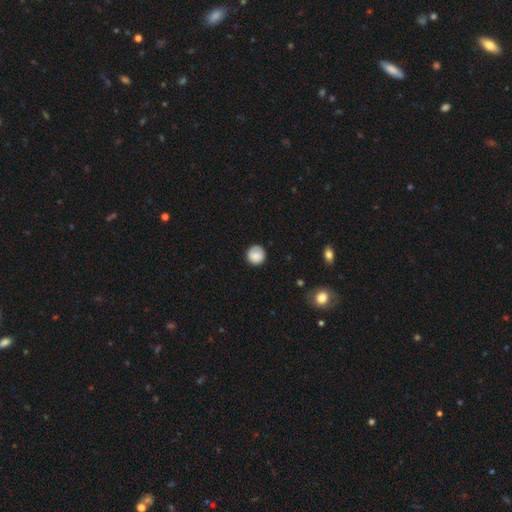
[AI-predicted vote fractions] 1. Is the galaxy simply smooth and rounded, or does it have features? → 86% smooth, 8% star or artifact, 6% featured or disk.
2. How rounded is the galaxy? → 95% round, 5% in between, 1% cigar-shaped.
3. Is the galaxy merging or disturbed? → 86% none, 10% minor disturbance, 2% major disturbance, 1% merger.